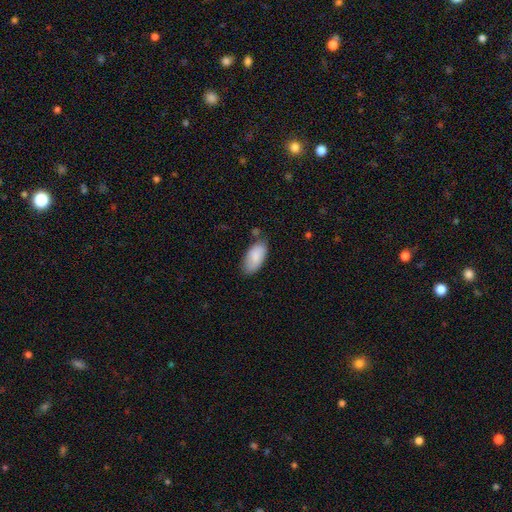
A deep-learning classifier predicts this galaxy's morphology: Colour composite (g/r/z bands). It shows a smooth galaxy with no disk features (85%) that is in between round and cigar-shaped (94%). Merging: none (70%).